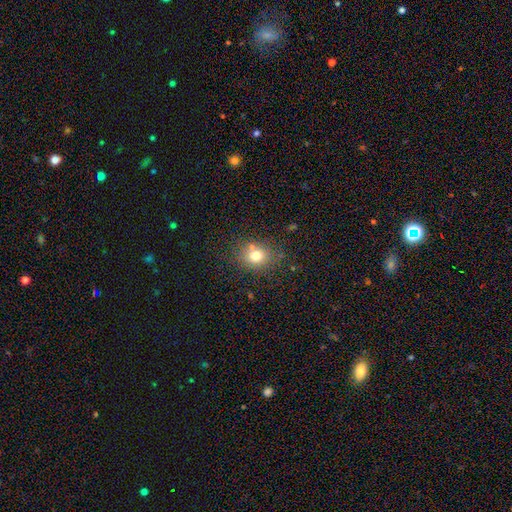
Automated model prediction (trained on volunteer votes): smooth_or_featured: smooth (p=0.74) [alt: star or artifact p=0.14]
how_rounded: round (p=0.63) [alt: in between p=0.36]
merging: none (p=0.72) [alt: minor disturbance p=0.12]